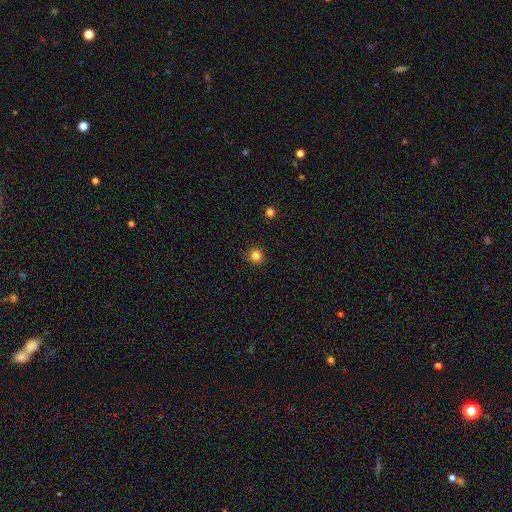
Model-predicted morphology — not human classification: Smooth or featured?
  - smooth: 83% *
  - star or artifact: 12%
  - featured or disk: 5%
How rounded?
  - round: 90% *
  - in between: 9%
  - cigar-shaped: 1%
Merging?
  - none: 88% *
  - minor disturbance: 9%
  - major disturbance: 2%
  - merger: 1%